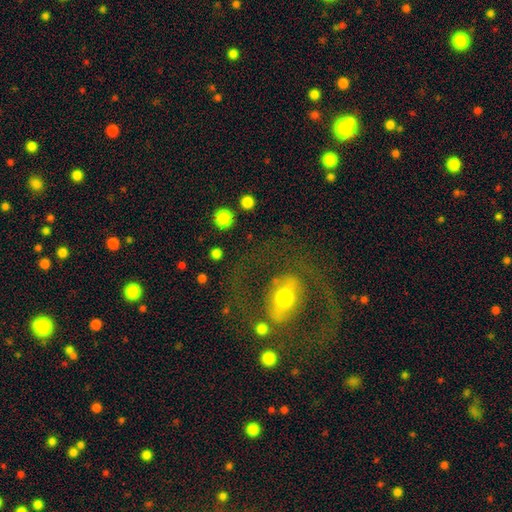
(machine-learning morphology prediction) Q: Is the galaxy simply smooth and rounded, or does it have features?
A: featured or disk — 65%.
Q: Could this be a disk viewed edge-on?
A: no — 94%.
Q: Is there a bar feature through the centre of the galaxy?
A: no — 47%.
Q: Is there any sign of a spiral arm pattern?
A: yes — 59%.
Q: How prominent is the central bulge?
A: moderate — 56%.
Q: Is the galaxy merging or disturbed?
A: none — 75%.